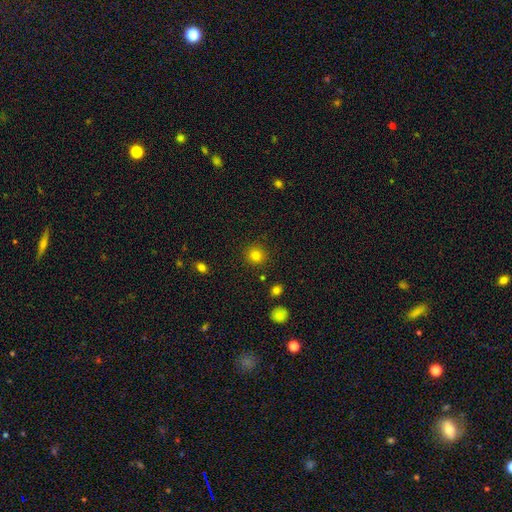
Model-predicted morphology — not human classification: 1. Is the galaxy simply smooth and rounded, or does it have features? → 81% smooth, 13% star or artifact, 6% featured or disk.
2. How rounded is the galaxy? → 92% round, 7% in between, 1% cigar-shaped.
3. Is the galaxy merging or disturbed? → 90% none, 6% minor disturbance, 2% major disturbance, 2% merger.